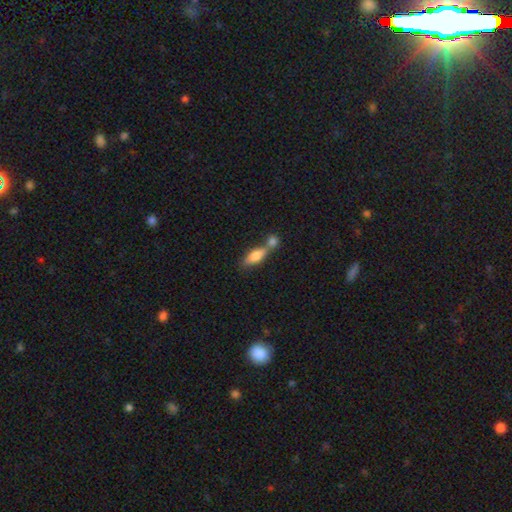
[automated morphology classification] A smooth galaxy with no disk features (71%) that is in between round and cigar-shaped (61%). Merging: merger (48%).